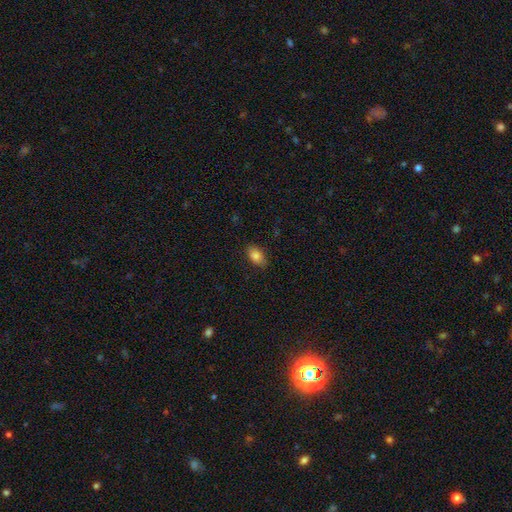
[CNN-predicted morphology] The model was most divided on "merging": none: 85%, minor disturbance: 12%, major disturbance: 2%, merger: 1%. More confident: how rounded — in between (88%); smooth or featured — smooth (85%).